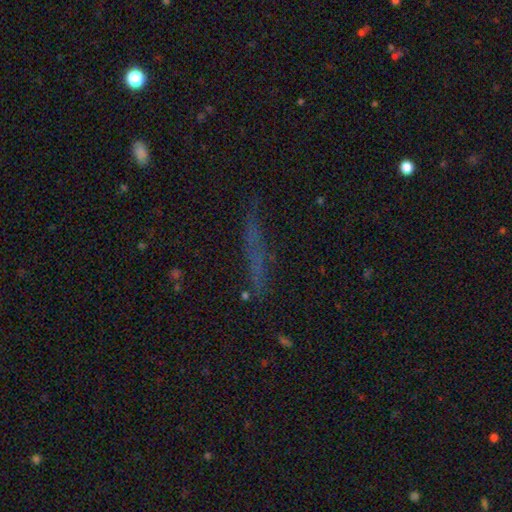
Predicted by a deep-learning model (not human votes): Smooth or featured? Predicted: smooth (p=0.43). Merging? Predicted: none (p=0.75).